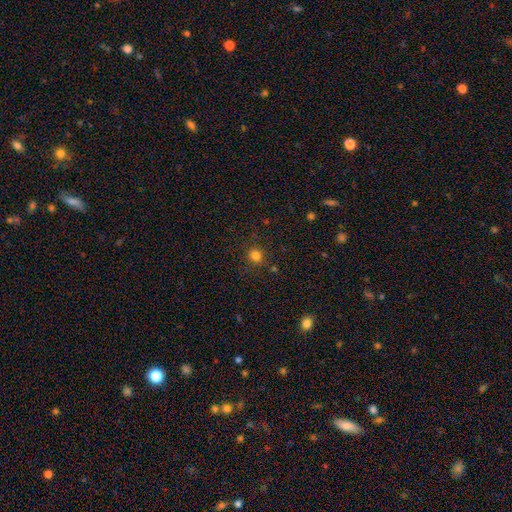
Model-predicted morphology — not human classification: smooth-or-featured: smooth: 81% | star or artifact: 15% | featured or disk: 5%
  how-rounded: round: 92% | in between: 7% | cigar-shaped: 1%
  merging: none: 88% | minor disturbance: 8% | major disturbance: 3% | merger: 2%